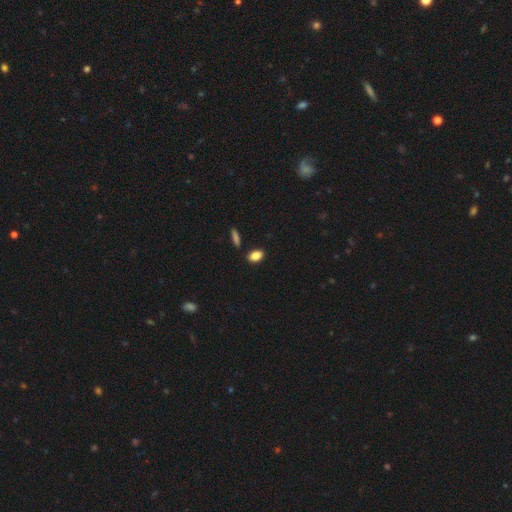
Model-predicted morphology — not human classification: Overall: smooth (86%). How rounded: in between (87%). Merging: none (85%).